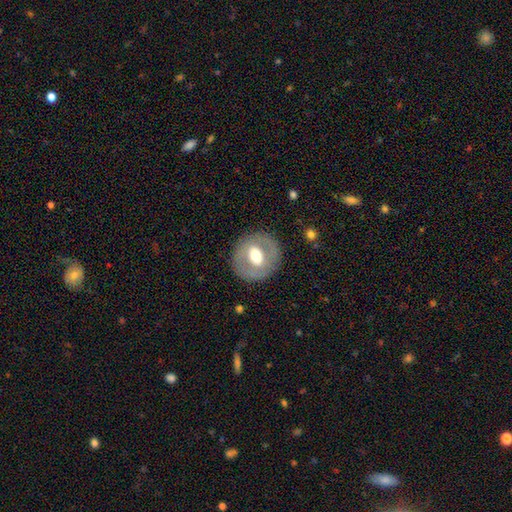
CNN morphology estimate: Smooth or featured?
  - featured or disk: 49% *
  - smooth: 44%
  - star or artifact: 7%
Merging?
  - none: 84% *
  - minor disturbance: 10%
  - major disturbance: 5%
  - merger: 1%